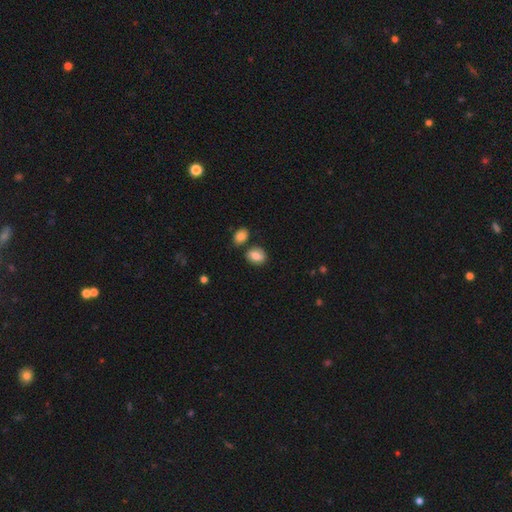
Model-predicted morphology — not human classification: type=smooth (81%); roundness=in between (64%); merging=none (74%).